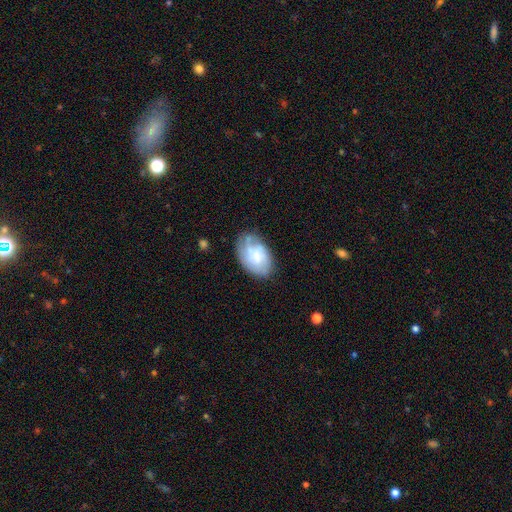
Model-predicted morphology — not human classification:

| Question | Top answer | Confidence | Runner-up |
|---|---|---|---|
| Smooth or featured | smooth | 46% | featured or disk (45%) |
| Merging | none | 61% | minor disturbance (26%) |